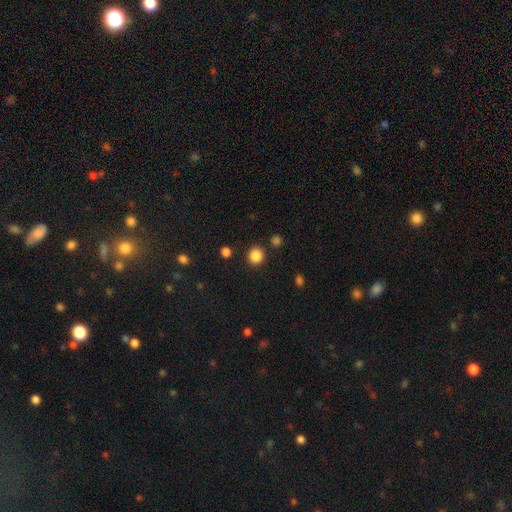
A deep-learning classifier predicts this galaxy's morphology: smooth_or_featured: smooth (p=0.85) [alt: star or artifact p=0.11]
how_rounded: round (p=0.91) [alt: in between p=0.09]
merging: none (p=0.89) [alt: minor disturbance p=0.06]